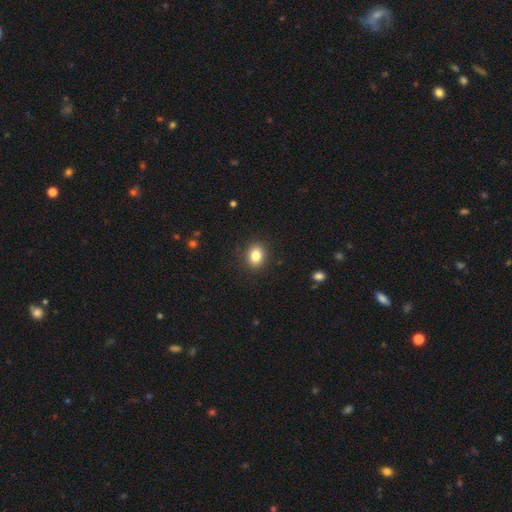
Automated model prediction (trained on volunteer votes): This is clearly a smooth galaxy (83%). How rounded: possibly round (53%). Merging: clearly none (89%).